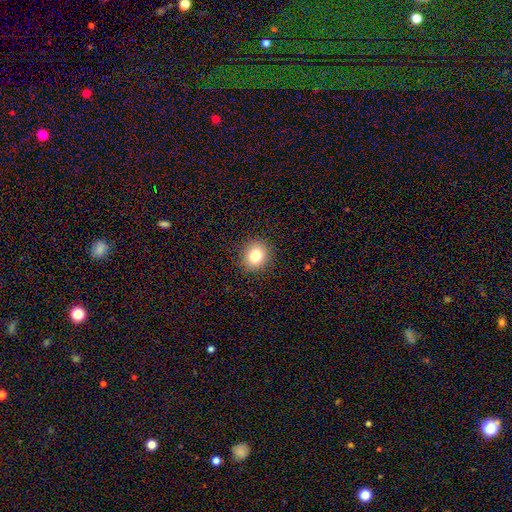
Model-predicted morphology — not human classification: This is clearly a smooth galaxy (81%). How rounded: clearly round (80%). Merging: clearly none (90%).